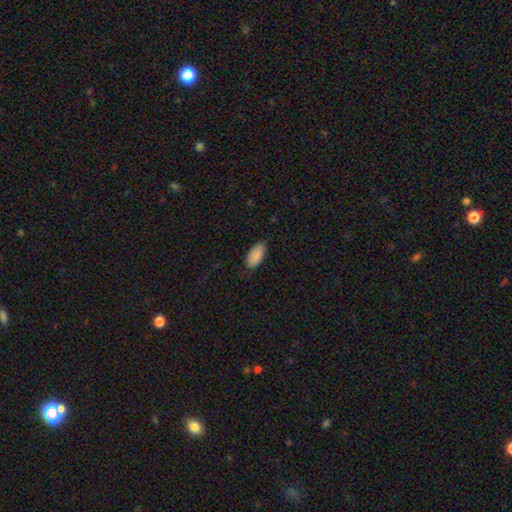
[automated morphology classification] type=smooth (90%); roundness=in between (93%); merging=none (82%).